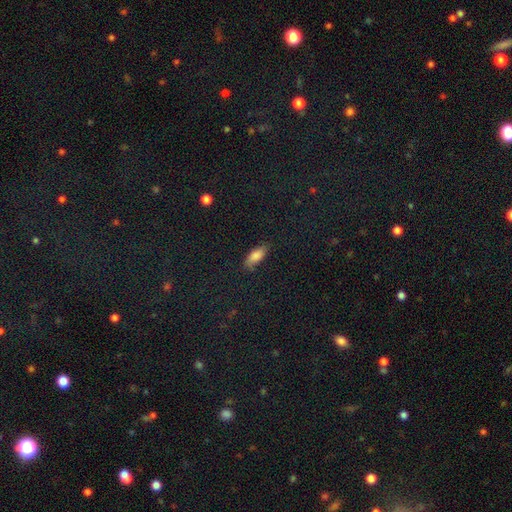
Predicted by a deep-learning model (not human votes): A smooth galaxy with no disk features (81%) that is in between round and cigar-shaped (80%).

Vote fractions:
- Smooth or featured? smooth: 81% / featured or disk: 10% / star or artifact: 9%
- How rounded? in between: 80% / cigar-shaped: 18% / round: 3%
- Merging? none: 72% / minor disturbance: 21% / major disturbance: 5% / merger: 2%